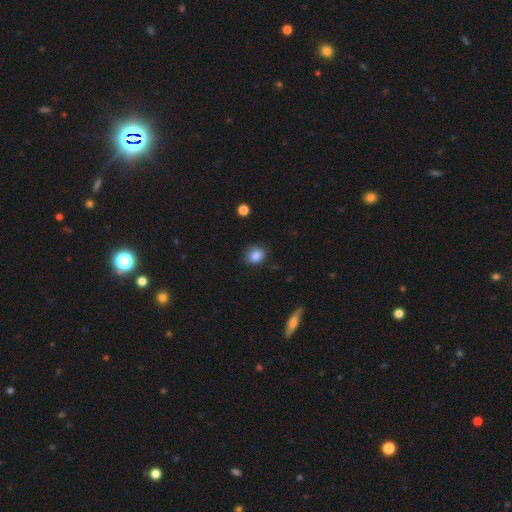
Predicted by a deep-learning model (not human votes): Smooth or featured?
  - smooth: 86% *
  - star or artifact: 10%
  - featured or disk: 5%
How rounded?
  - round: 63% *
  - in between: 36%
  - cigar-shaped: 1%
Merging?
  - none: 83% *
  - minor disturbance: 13%
  - major disturbance: 3%
  - merger: 1%